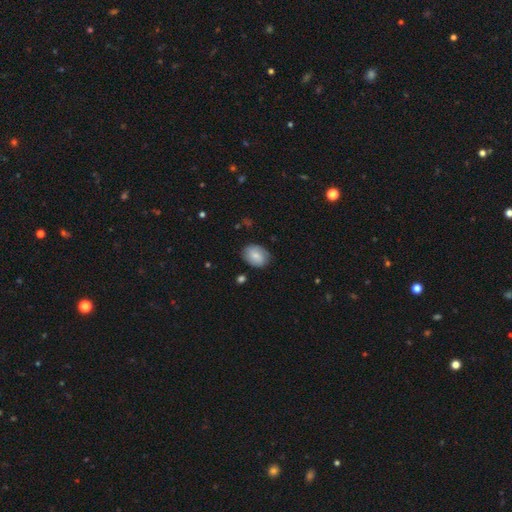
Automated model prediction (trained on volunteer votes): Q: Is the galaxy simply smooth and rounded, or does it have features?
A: smooth — 69%.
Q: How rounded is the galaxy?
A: in between — 64%.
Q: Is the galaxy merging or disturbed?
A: none — 77%.